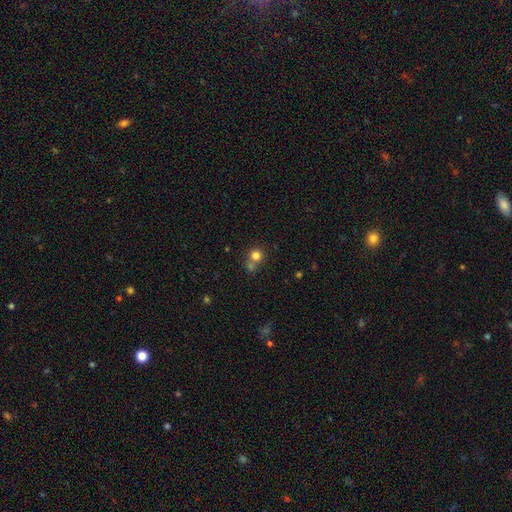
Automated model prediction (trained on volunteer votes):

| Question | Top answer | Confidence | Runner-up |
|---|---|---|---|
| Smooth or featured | smooth | 79% | star or artifact (13%) |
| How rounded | round | 89% | in between (10%) |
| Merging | none | 50% | merger (41%) |